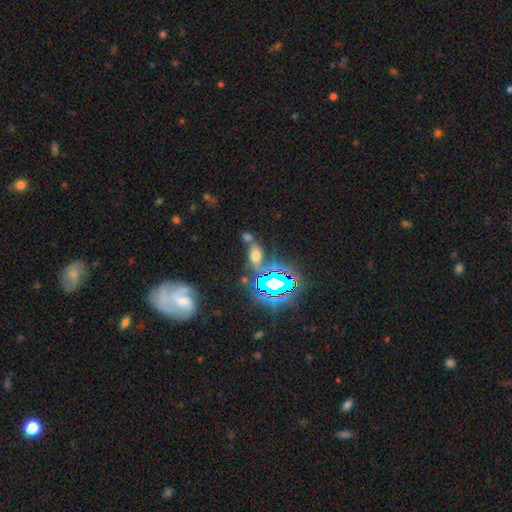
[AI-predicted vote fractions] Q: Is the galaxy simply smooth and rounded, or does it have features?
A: smooth — 46%.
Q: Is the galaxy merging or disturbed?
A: none — 50%.